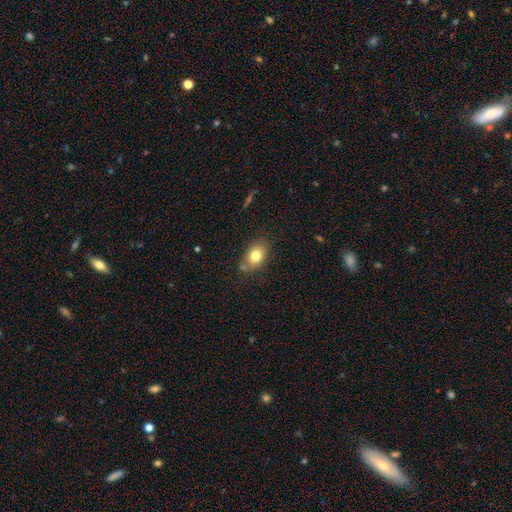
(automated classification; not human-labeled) smooth 78%, featured or disk 12%, star or artifact 10%. Down the decision tree: how rounded — in between (72%); merging — none (71%).